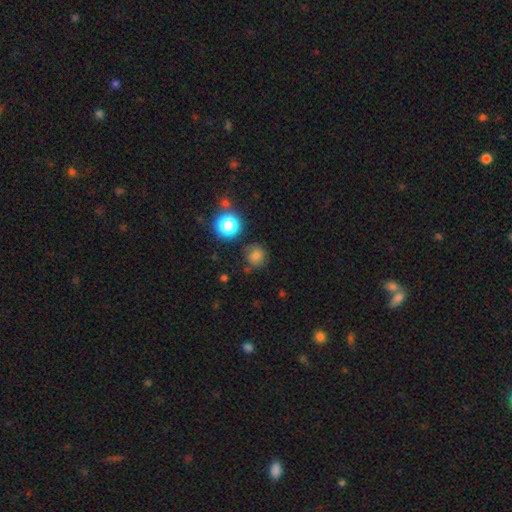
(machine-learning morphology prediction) This is likely a smooth galaxy (73%). How rounded: clearly round (89%). Merging: likely none (77%).